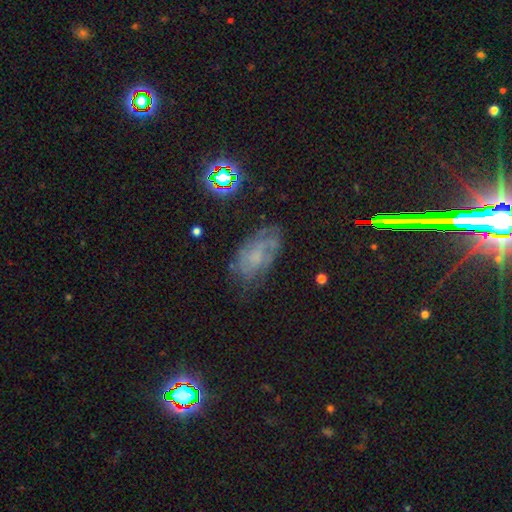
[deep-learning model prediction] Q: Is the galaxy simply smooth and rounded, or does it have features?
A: featured or disk — 51%.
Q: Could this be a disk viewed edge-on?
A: no — 93%.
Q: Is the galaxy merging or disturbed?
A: none — 63%.